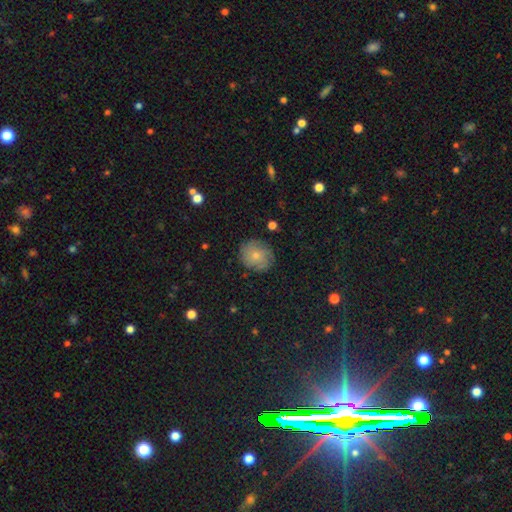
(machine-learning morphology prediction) Smooth or featured? smooth (56%)
How rounded? round (82%)
Merging? none (80%)